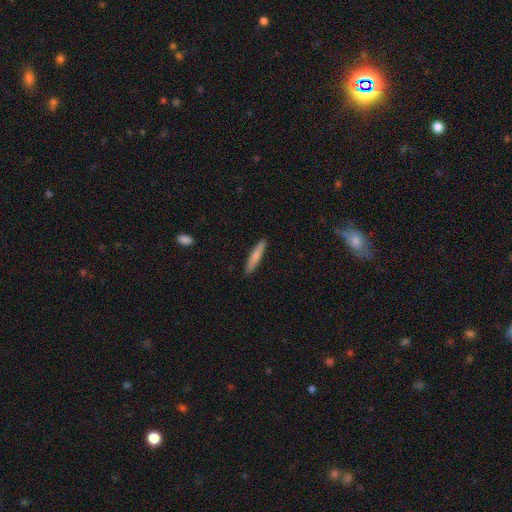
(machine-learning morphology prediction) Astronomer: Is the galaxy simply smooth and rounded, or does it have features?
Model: smooth — 76%.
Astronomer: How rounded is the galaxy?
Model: cigar-shaped — 91%.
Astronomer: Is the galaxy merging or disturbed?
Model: none — 90%.